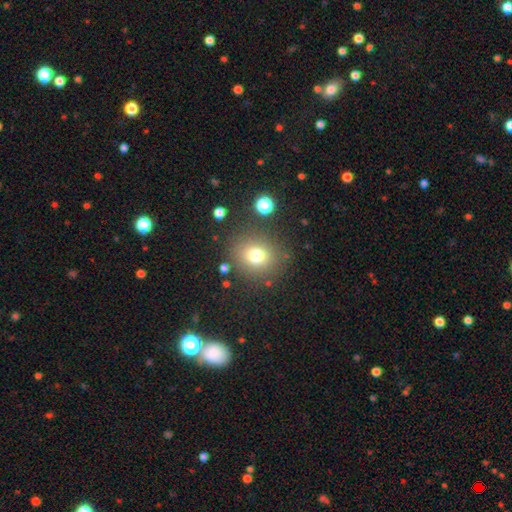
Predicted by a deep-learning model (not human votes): This is likely a smooth galaxy (74%). How rounded: clearly round (81%). Merging: clearly none (82%).